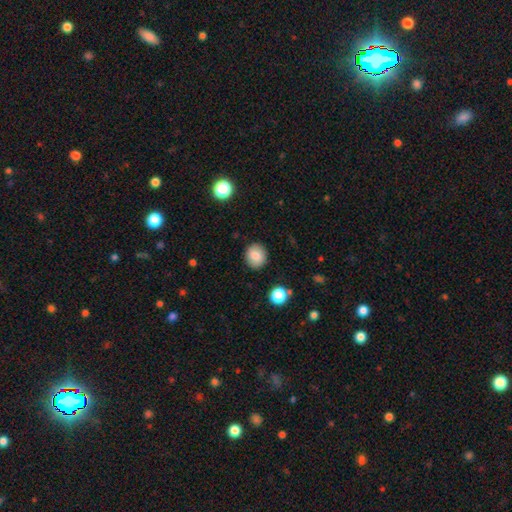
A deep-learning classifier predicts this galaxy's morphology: Smooth or featured? smooth (85%)
How rounded? round (76%)
Merging? none (88%)